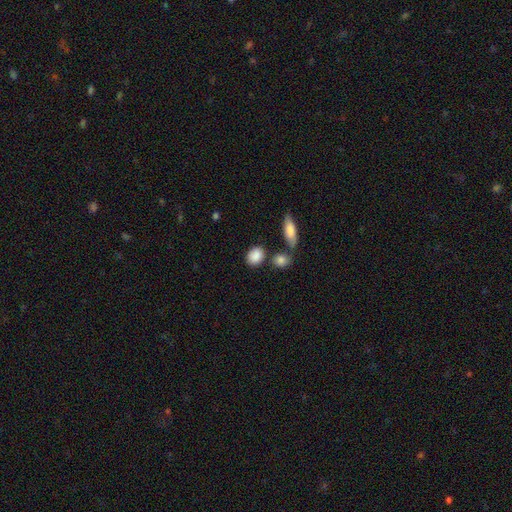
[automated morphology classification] A smooth galaxy with no disk features (88%) that is in between round and cigar-shaped (61%). Merging: none (73%).